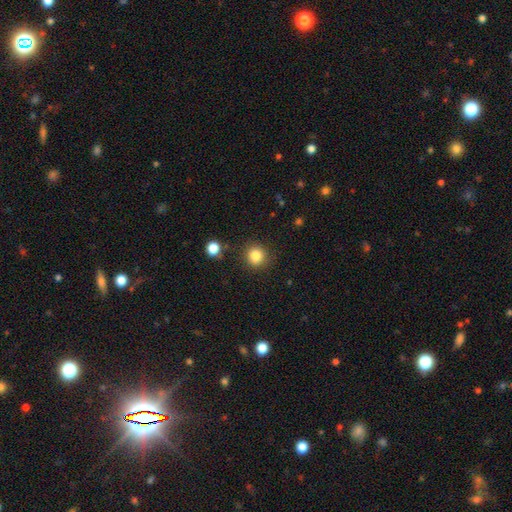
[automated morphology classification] Overall: smooth (84%). How rounded: round (91%). Merging: none (86%).